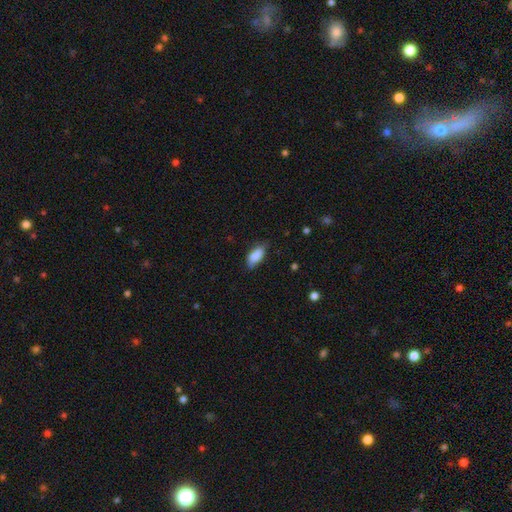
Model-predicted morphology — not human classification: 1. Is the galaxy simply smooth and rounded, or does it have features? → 85% smooth, 8% featured or disk, 7% star or artifact.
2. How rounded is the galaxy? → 88% in between, 9% cigar-shaped, 2% round.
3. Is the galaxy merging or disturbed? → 70% none, 24% minor disturbance, 5% major disturbance, 1% merger.